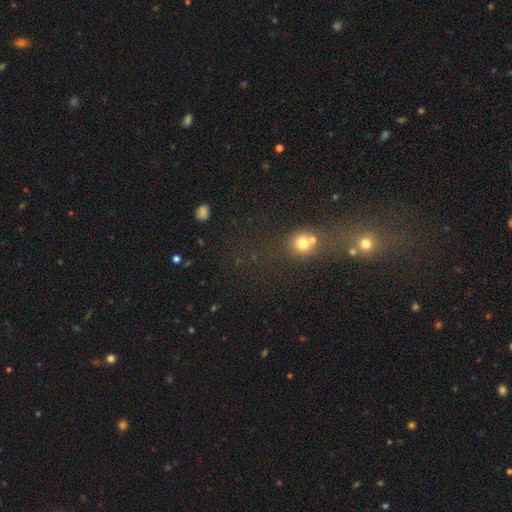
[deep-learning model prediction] Q: Smooth or featured?
A: star or artifact (48%); runner-up: smooth (37%)